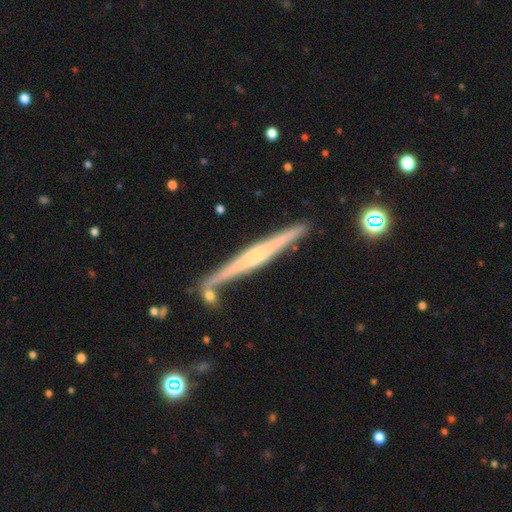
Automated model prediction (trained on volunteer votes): The model was most divided on "edge-on bulge": none: 47%, rounded: 32%, boxy: 21%. More confident: edge-on disk — yes (97%); merging — none (82%); smooth or featured — featured or disk (68%).